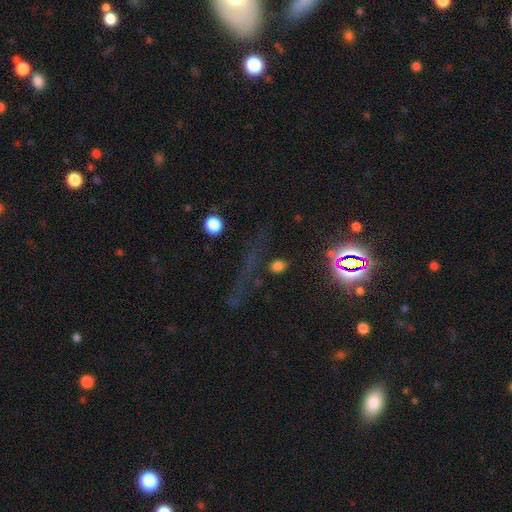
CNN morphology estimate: type=star or artifact (69%).